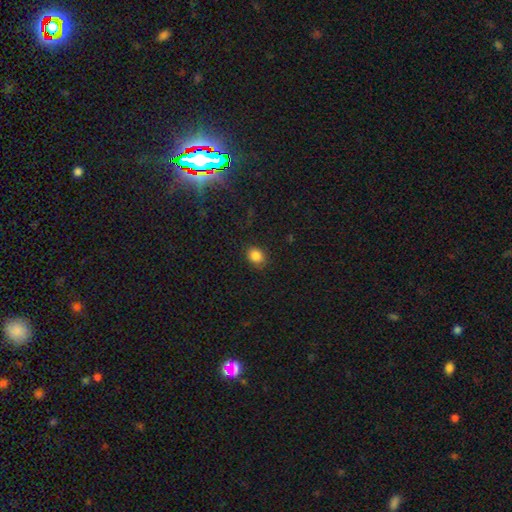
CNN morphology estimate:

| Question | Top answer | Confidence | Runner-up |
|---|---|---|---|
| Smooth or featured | smooth | 85% | star or artifact (11%) |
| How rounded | round | 58% | in between (41%) |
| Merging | none | 85% | minor disturbance (11%) |